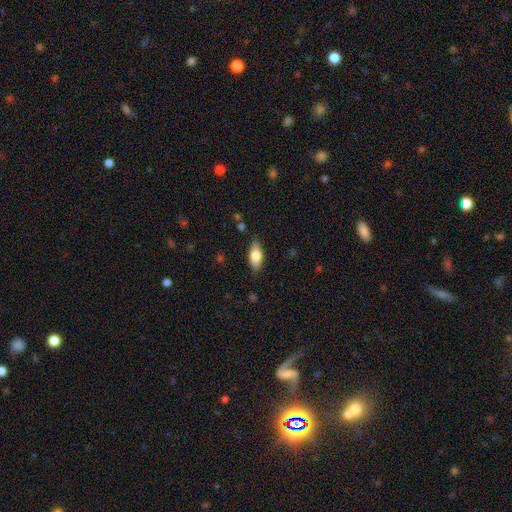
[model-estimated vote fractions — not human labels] Smooth or featured? smooth (75%)
How rounded? in between (84%)
Merging? none (83%)